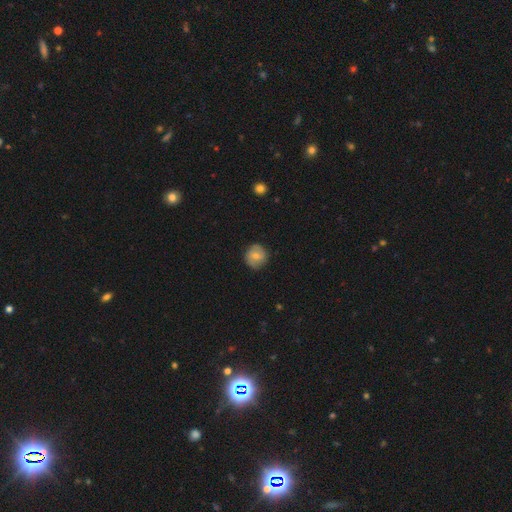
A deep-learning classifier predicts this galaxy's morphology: A smooth galaxy with no disk features (68%) that is round (88%). Merging: none (82%).